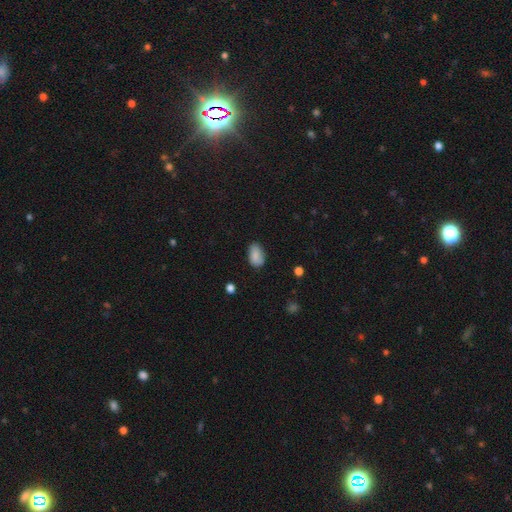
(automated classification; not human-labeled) Smooth or featured?
  - smooth: 83% *
  - featured or disk: 9%
  - star or artifact: 8%
How rounded?
  - in between: 91% *
  - round: 8%
  - cigar-shaped: 2%
Merging?
  - none: 72% *
  - minor disturbance: 22%
  - major disturbance: 5%
  - merger: 2%